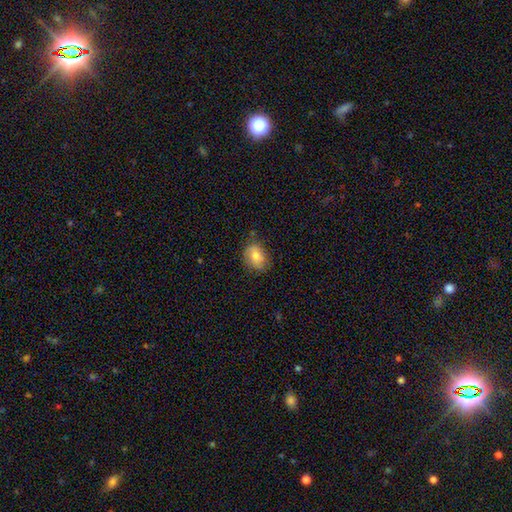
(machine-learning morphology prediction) This appears to be a smooth galaxy with no disk features (74%) that is in between round and cigar-shaped (65%). Merging: none (72%).